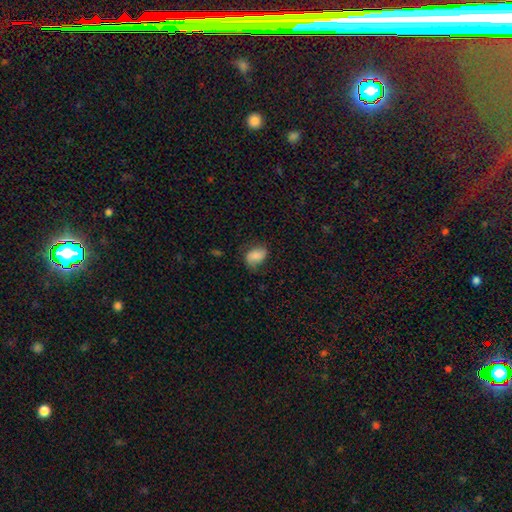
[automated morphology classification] type=smooth (72%); roundness=in between (79%); merging=none (61%).